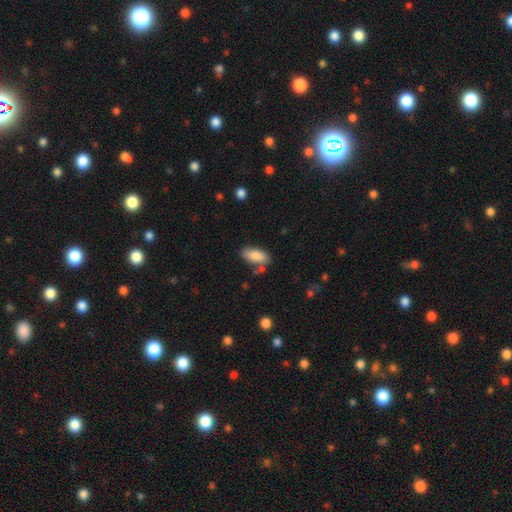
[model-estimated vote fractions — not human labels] The model was most divided on "merging": none: 71%, minor disturbance: 16%, merger: 9%, major disturbance: 4%. More confident: smooth or featured — smooth (85%); how rounded — in between (84%).